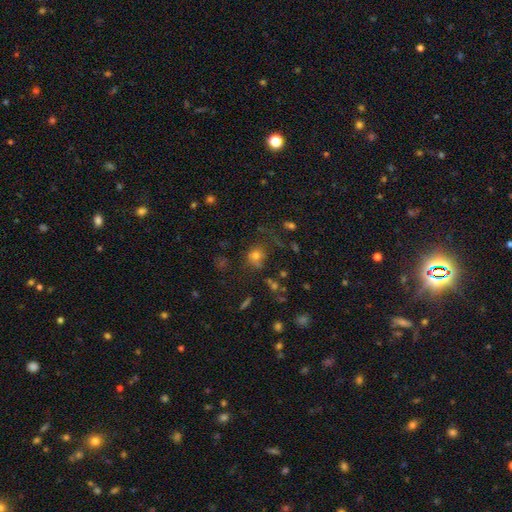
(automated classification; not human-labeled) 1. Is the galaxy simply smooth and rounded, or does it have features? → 69% smooth, 19% star or artifact, 12% featured or disk.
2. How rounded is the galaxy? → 73% round, 26% in between, 1% cigar-shaped.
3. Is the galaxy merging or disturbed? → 57% none, 20% minor disturbance, 16% major disturbance, 8% merger.